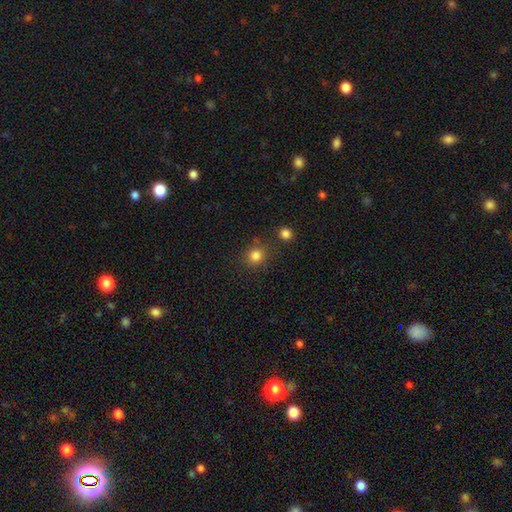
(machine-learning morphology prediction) Smooth or featured: smooth — 83% (star or artifact — 12%)
How rounded: round — 90% (in between — 9%)
Merging: none — 81% (minor disturbance — 9%)